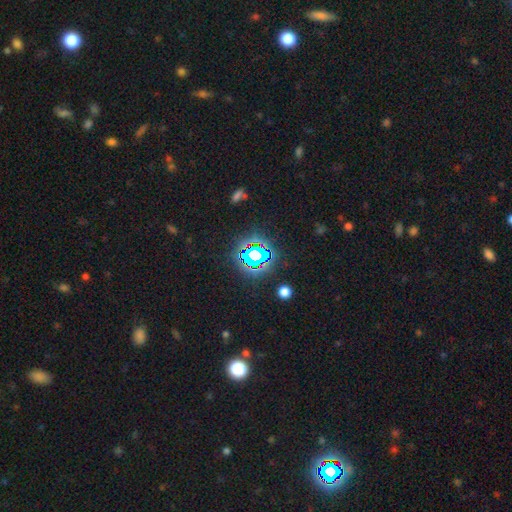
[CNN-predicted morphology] star or artifact 73%, smooth 16%, featured or disk 11%.